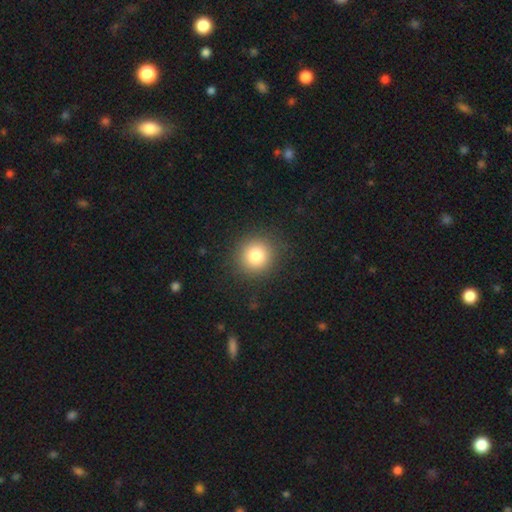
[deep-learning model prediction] This is clearly a smooth galaxy (82%). How rounded: clearly round (91%). Merging: clearly none (89%).